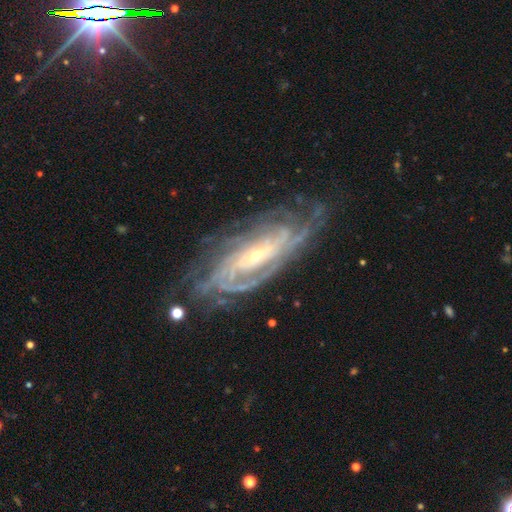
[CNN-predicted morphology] Q: Smooth or featured?
A: featured or disk (90%); runner-up: star or artifact (5%)
Q: Edge-on disk?
A: no (92%); runner-up: yes (8%)
Q: Bar?
A: no (47%); runner-up: weak (32%)
Q: Spiral arms?
A: yes (97%); runner-up: no (3%)
Q: Spiral winding?
A: tight (72%); runner-up: medium (24%)
Q: Spiral arm count?
A: can't tell (27%); runner-up: 4 (24%)
Q: Bulge size?
A: small (73%); runner-up: moderate (23%)
Q: Merging?
A: none (75%); runner-up: minor disturbance (17%)